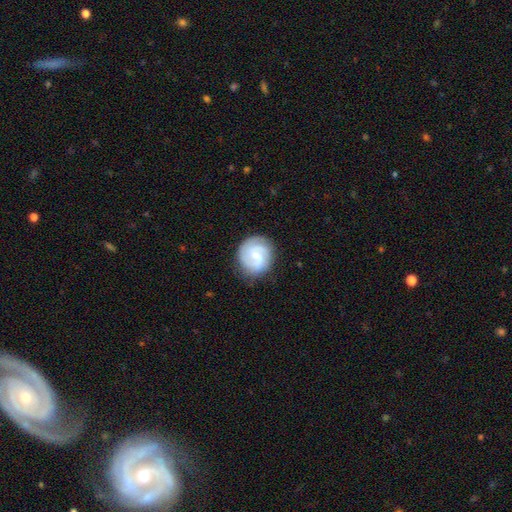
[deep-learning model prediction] A featured or disk galaxy (67%) with a weak bar (50%), 2 (51%) tight (44%) spiral arms (95%) and a small central bulge (61%). Merging: none (80%).